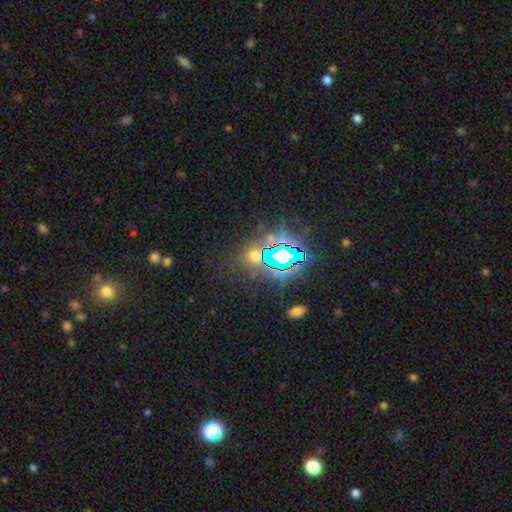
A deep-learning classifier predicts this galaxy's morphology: A star or artifact, not a galaxy (62%).